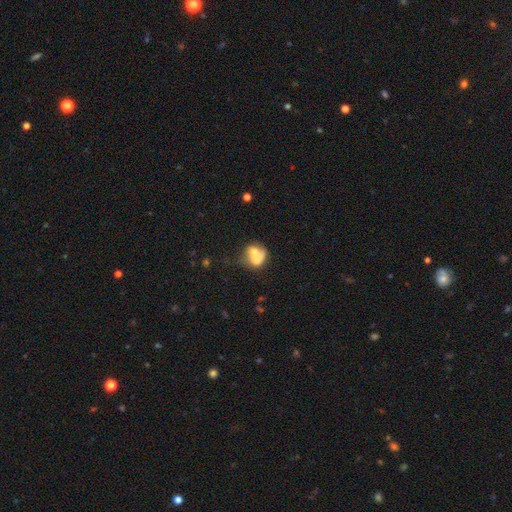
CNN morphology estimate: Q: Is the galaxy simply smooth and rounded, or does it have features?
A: smooth — 56%.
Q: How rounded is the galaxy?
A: round — 56%.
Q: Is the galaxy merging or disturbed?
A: merger — 66%.